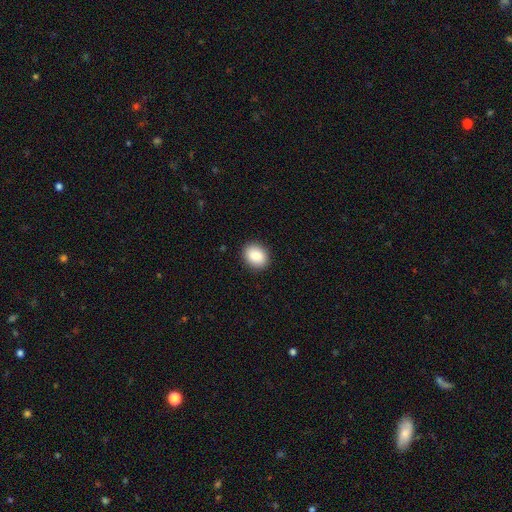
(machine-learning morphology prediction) Q: Smooth or featured?
A: smooth (89%); runner-up: star or artifact (7%)
Q: How rounded?
A: in between (57%); runner-up: round (42%)
Q: Merging?
A: none (90%); runner-up: minor disturbance (7%)